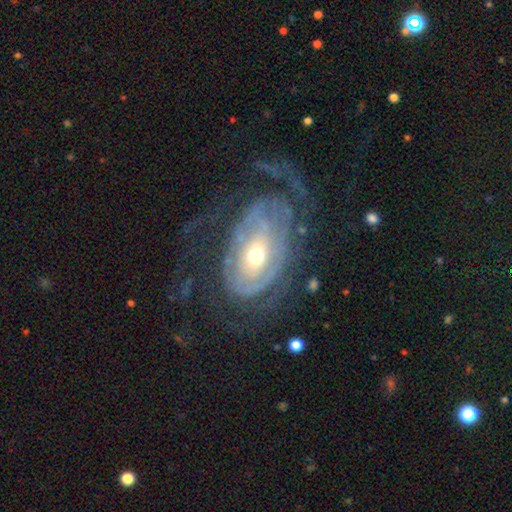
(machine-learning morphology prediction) A featured or disk galaxy (81%) with no bar (77%), tight (59%) spiral arms (73%) and a moderate central bulge (59%). Merging: none (47%).